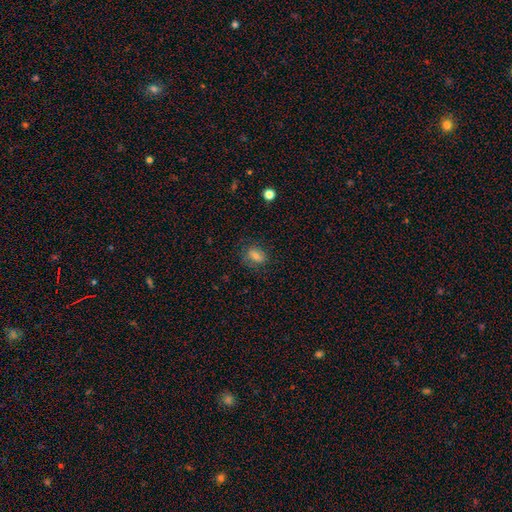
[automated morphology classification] Smooth or featured: smooth — 66% (featured or disk — 18%)
How rounded: in between — 62% (round — 35%)
Merging: none — 75% (minor disturbance — 16%)